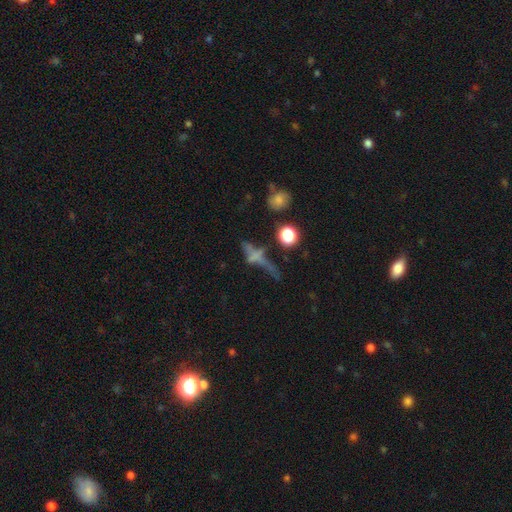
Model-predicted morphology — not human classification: This is marginally a smooth galaxy (43%). Merging: marginally none (41%).